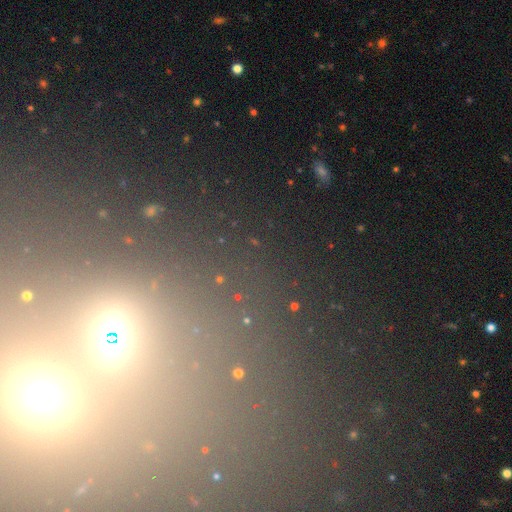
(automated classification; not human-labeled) Overall: star or artifact (66%).